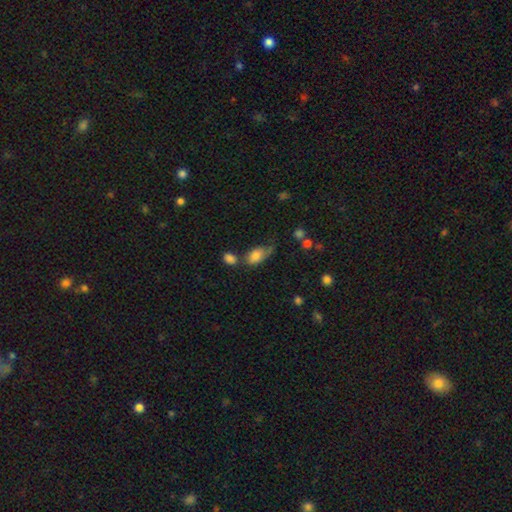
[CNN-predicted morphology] Overall: smooth (79%). How rounded: in between (90%). Merging: none (34%; minor disturbance 30%).